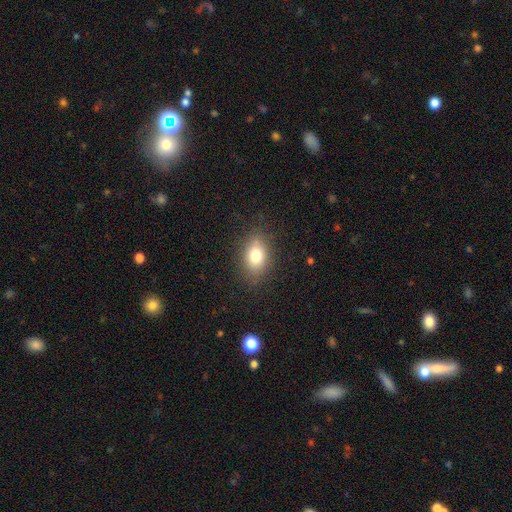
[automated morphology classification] A smooth galaxy with no disk features (77%) that is in between round and cigar-shaped (78%).

Vote fractions:
- Smooth or featured? smooth: 77% / featured or disk: 13% / star or artifact: 10%
- How rounded? in between: 78% / round: 20% / cigar-shaped: 2%
- Merging? none: 80% / minor disturbance: 15% / major disturbance: 4% / merger: 1%